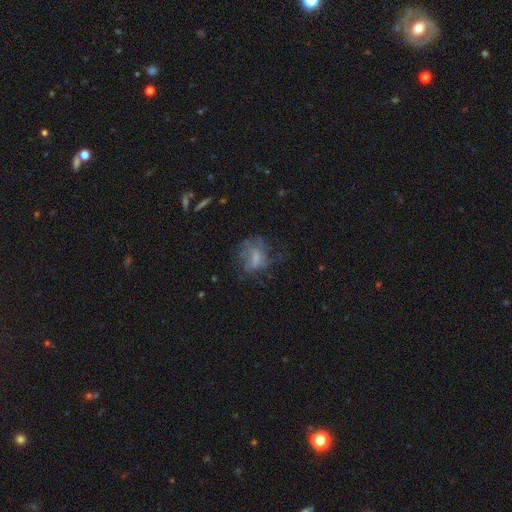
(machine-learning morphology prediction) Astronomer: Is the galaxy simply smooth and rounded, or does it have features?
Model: featured or disk — 47% (runner-up: smooth, 40%).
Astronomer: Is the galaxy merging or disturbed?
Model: none — 49% (runner-up: major disturbance, 28%).